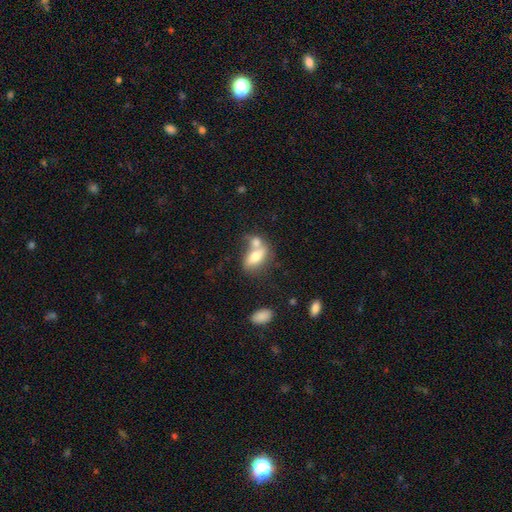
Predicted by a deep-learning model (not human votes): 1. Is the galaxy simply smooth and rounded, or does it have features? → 70% smooth, 22% featured or disk, 8% star or artifact.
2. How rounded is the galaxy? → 82% in between, 11% cigar-shaped, 7% round.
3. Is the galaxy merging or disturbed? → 52% merger, 30% none, 11% minor disturbance, 7% major disturbance.